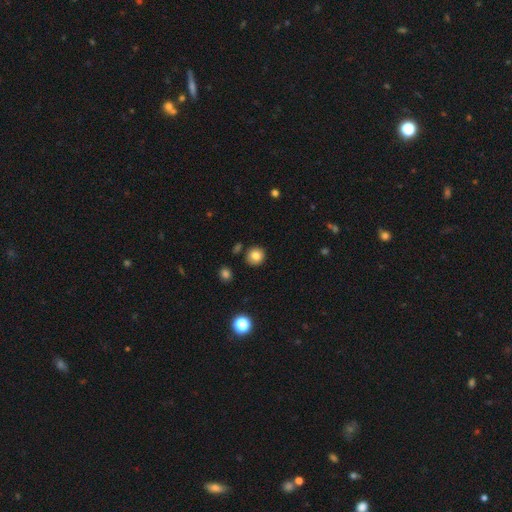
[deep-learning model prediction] smooth-or-featured: smooth: 81% | star or artifact: 11% | featured or disk: 8%
  how-rounded: round: 89% | in between: 10% | cigar-shaped: 1%
  merging: none: 88% | minor disturbance: 7% | merger: 3% | major disturbance: 2%